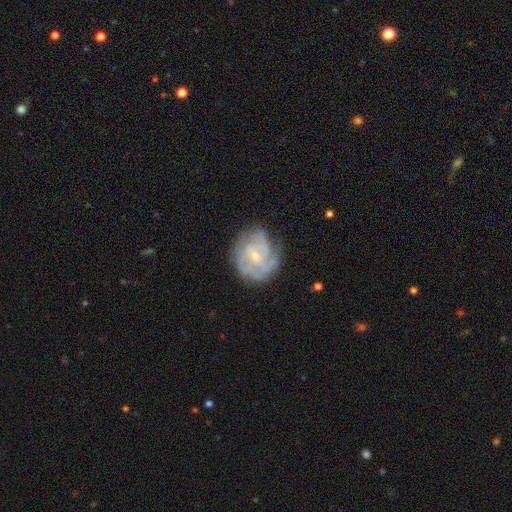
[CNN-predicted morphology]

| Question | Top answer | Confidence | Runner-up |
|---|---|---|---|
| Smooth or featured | featured or disk | 79% | smooth (15%) |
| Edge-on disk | no | 98% | yes (2%) |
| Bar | no | 49% | weak (44%) |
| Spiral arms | yes | 91% | no (9%) |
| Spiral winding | tight | 59% | medium (32%) |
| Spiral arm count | can't tell | 36% | 3 (24%) |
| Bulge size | small | 67% | moderate (26%) |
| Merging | none | 69% | minor disturbance (21%) |